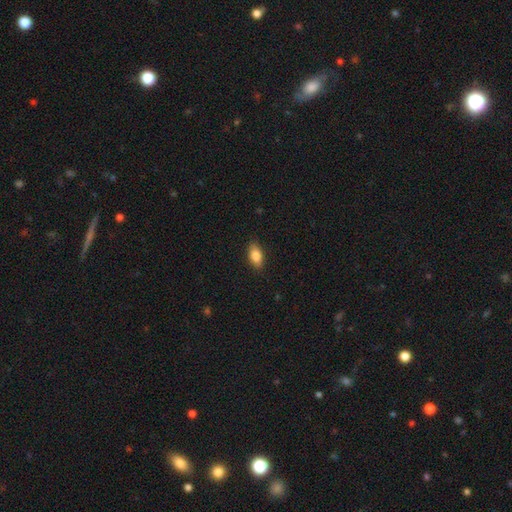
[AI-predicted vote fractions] Smooth or featured?
  - smooth: 84% *
  - featured or disk: 9%
  - star or artifact: 7%
How rounded?
  - in between: 88% *
  - cigar-shaped: 7%
  - round: 5%
Merging?
  - none: 87% *
  - minor disturbance: 10%
  - major disturbance: 2%
  - merger: 1%